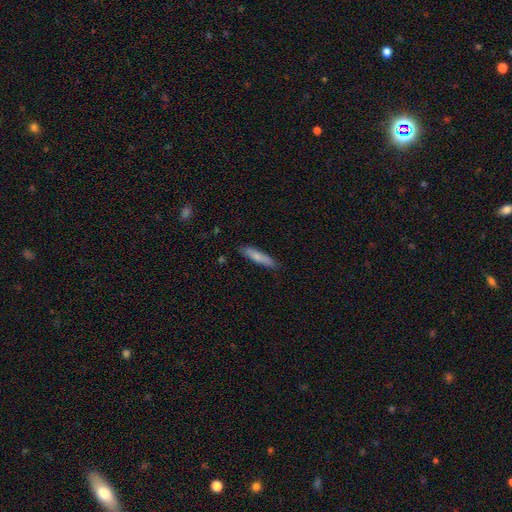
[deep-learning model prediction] A smooth galaxy with no disk features (64%) that is cigar-shaped (89%). Merging: none (87%).